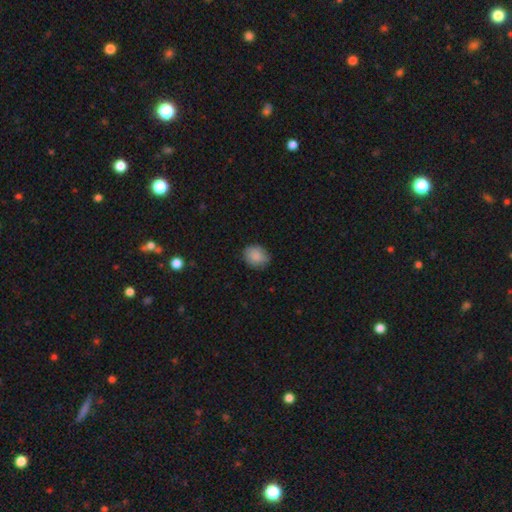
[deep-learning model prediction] This appears to be a smooth galaxy with no disk features (87%) that is round (57%). Merging: none (78%).